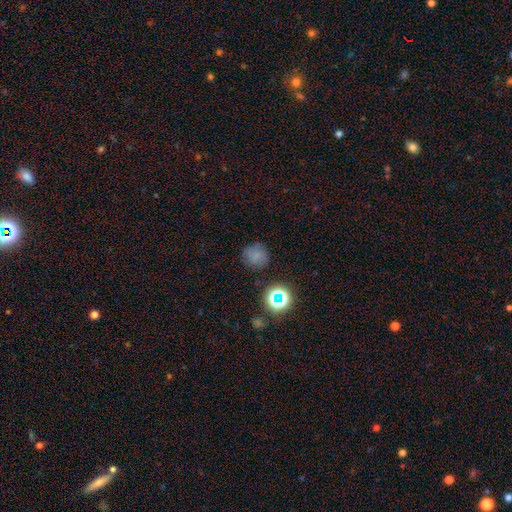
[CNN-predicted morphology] A smooth galaxy with no disk features (69%) that is round (86%). Merging: none (77%).